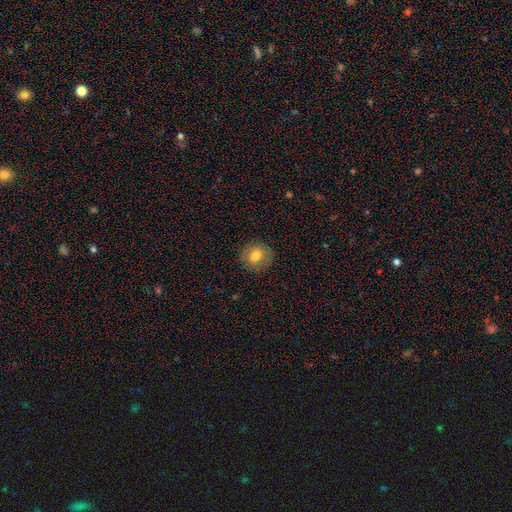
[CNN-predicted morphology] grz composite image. It shows a smooth galaxy with no disk features (73%) that is round (78%). Merging: none (86%).